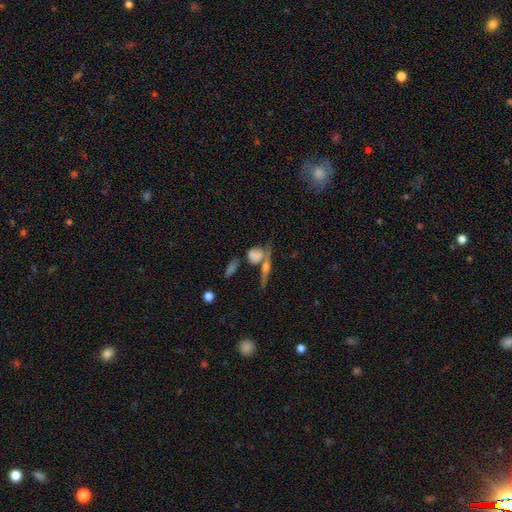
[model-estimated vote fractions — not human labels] Smooth or featured?
  - smooth: 52% *
  - featured or disk: 36%
  - star or artifact: 12%
How rounded?
  - in between: 41% *
  - round: 38%
  - cigar-shaped: 20%
Merging?
  - none: 45% *
  - merger: 32%
  - minor disturbance: 15%
  - major disturbance: 9%